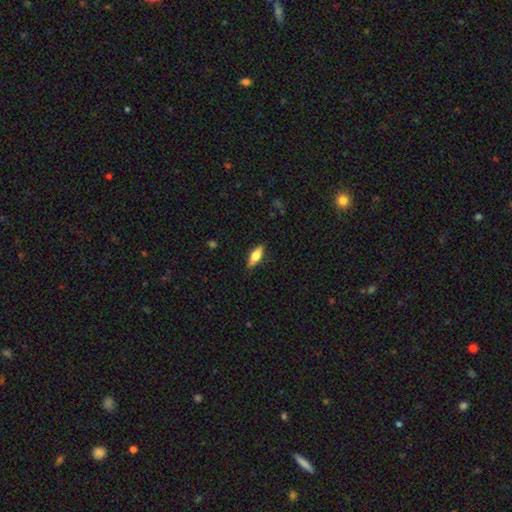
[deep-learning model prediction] Overall: smooth (68%). How rounded: in between (67%; cigar-shaped 31%). Merging: none (85%).